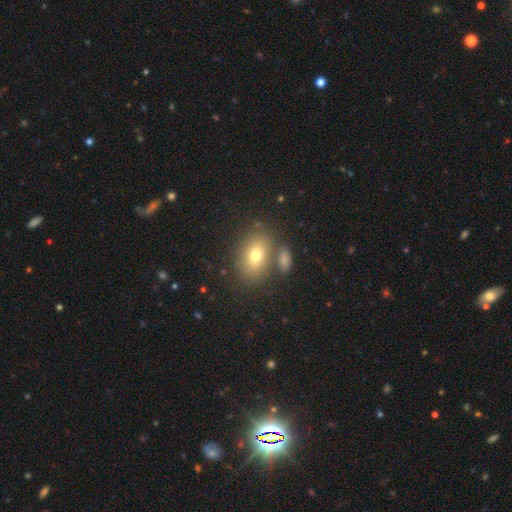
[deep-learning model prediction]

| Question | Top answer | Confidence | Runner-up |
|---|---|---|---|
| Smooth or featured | smooth | 72% | featured or disk (17%) |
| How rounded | in between | 79% | round (19%) |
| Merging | none | 69% | merger (16%) |